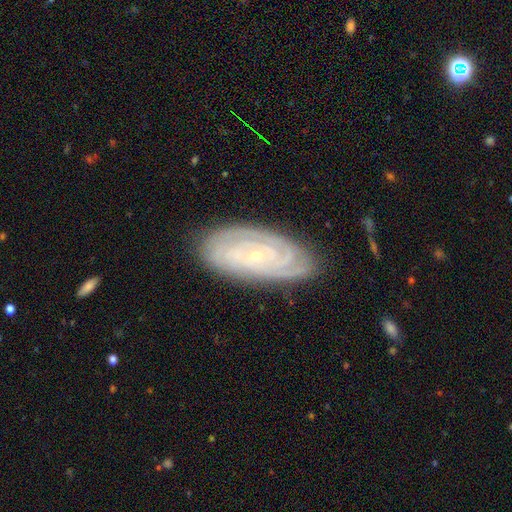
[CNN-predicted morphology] Q: Smooth or featured?
A: featured or disk (85%); runner-up: smooth (9%)
Q: Edge-on disk?
A: no (94%); runner-up: yes (6%)
Q: Bar?
A: no (74%); runner-up: weak (19%)
Q: Spiral arms?
A: yes (97%); runner-up: no (3%)
Q: Spiral winding?
A: tight (82%); runner-up: medium (16%)
Q: Spiral arm count?
A: can't tell (26%); runner-up: 3 (23%)
Q: Bulge size?
A: small (83%); runner-up: moderate (14%)
Q: Merging?
A: none (82%); runner-up: minor disturbance (14%)